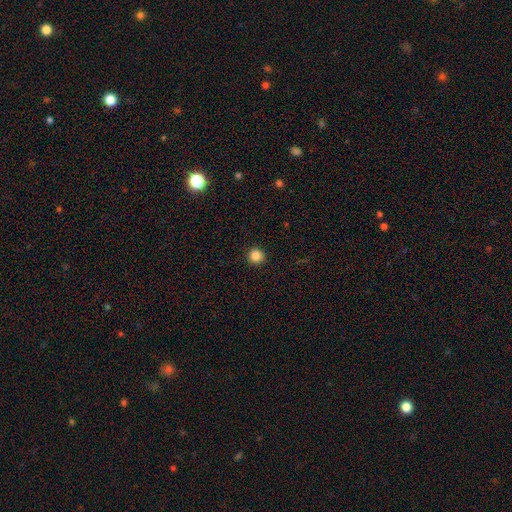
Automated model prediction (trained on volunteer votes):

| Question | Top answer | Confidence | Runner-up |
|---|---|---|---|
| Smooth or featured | smooth | 85% | star or artifact (11%) |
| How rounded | round | 95% | in between (4%) |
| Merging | none | 93% | minor disturbance (4%) |